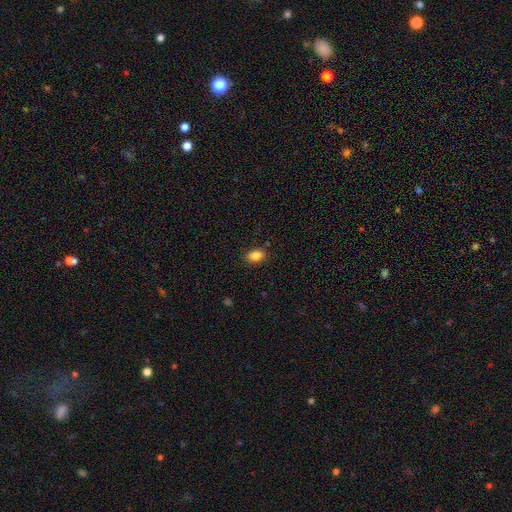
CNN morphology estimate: This is clearly a smooth galaxy (86%). How rounded: clearly in between (86%). Merging: clearly none (86%).